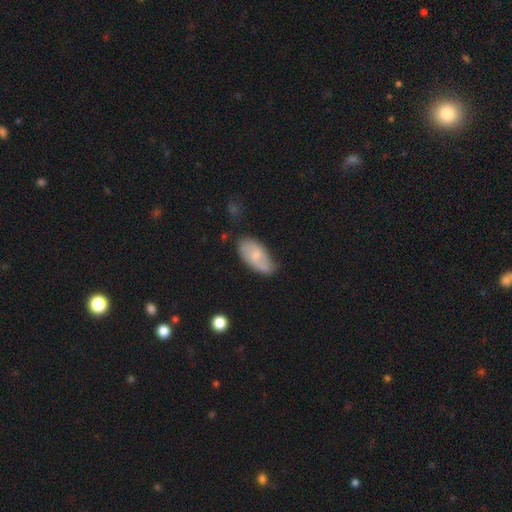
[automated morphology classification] Smooth or featured? Predicted: smooth (p=0.60). How rounded? Predicted: in between (p=0.92). Merging? Predicted: none (p=0.58).